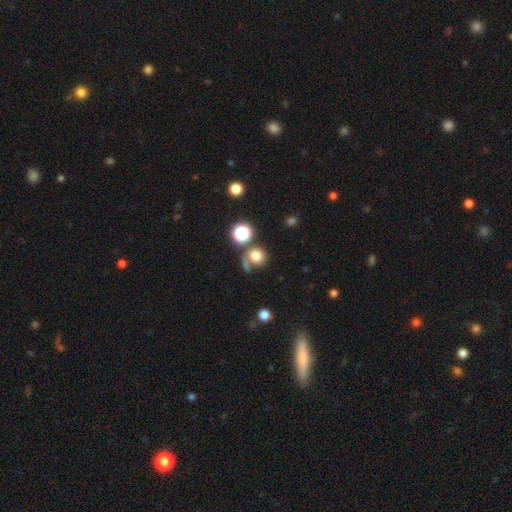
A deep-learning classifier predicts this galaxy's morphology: Overall: smooth (77%). How rounded: round (83%). Merging: none (57%; merger 21%).